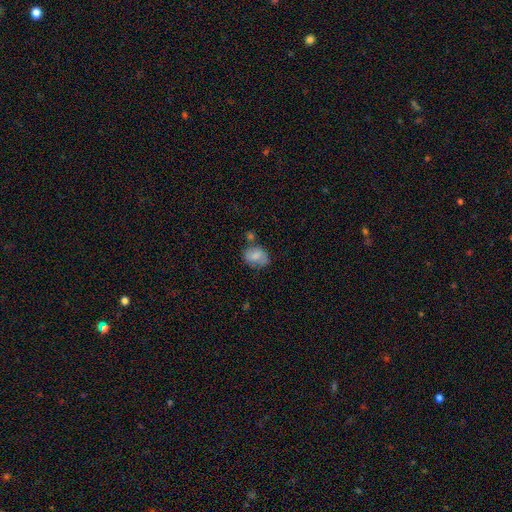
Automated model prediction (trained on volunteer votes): Morphology: type=smooth (76%); roundness=in between (67%); merging=none (54%).